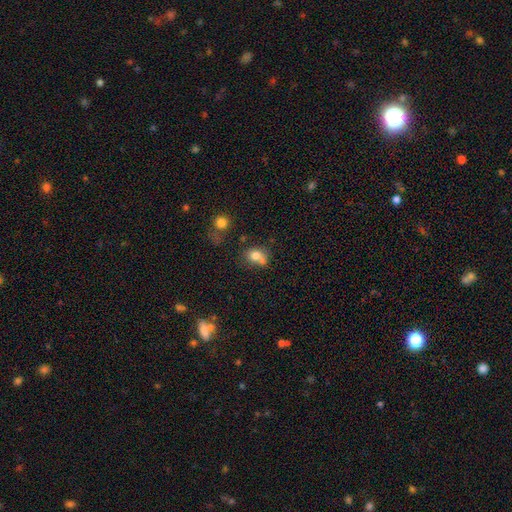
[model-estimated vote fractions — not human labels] A smooth galaxy with no disk features (76%) that is round (56%). Merging: merger (39%).